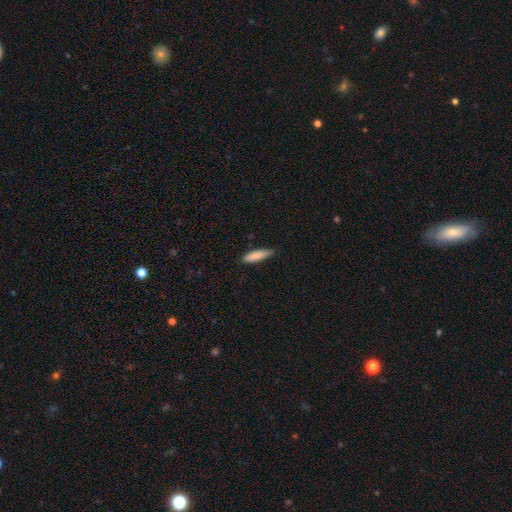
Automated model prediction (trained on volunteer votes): Q: Smooth or featured?
A: smooth (87%); runner-up: featured or disk (7%)
Q: How rounded?
A: cigar-shaped (65%); runner-up: in between (33%)
Q: Merging?
A: none (81%); runner-up: minor disturbance (16%)